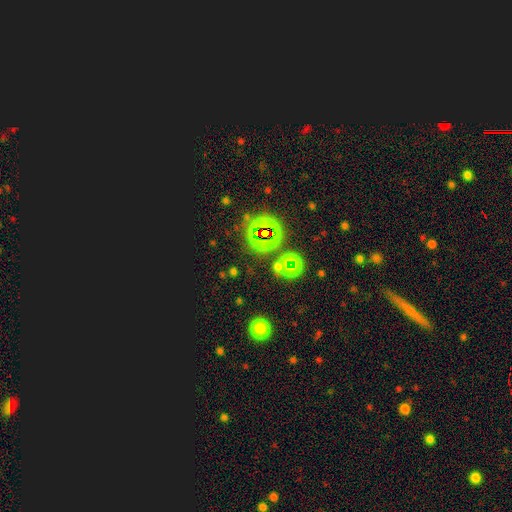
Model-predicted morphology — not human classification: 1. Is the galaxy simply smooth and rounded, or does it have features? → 72% star or artifact, 15% smooth, 13% featured or disk.